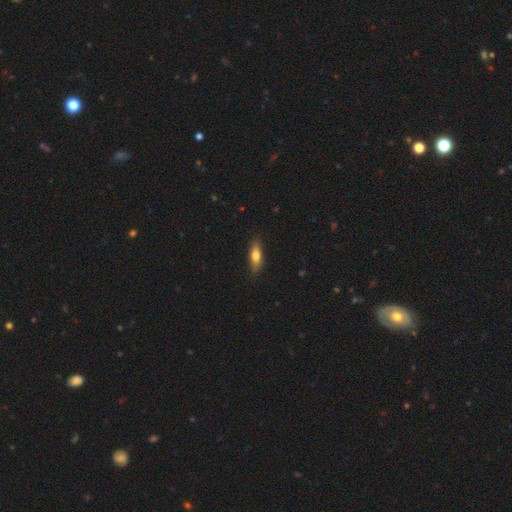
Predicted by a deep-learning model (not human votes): Smooth or featured: smooth — 70% (featured or disk — 23%)
How rounded: in between — 51% (cigar-shaped — 46%)
Merging: none — 85% (minor disturbance — 12%)